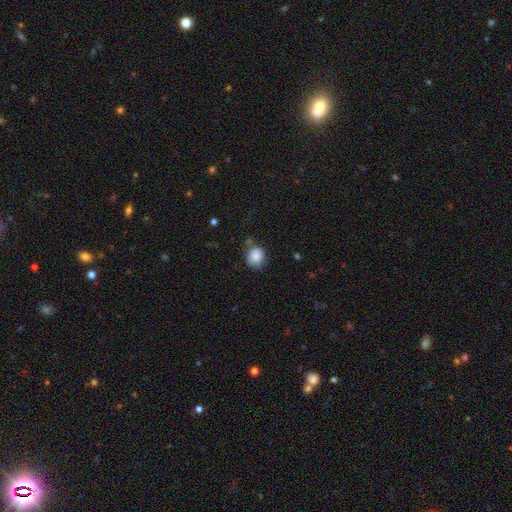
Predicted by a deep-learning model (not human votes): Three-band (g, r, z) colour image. It shows a smooth galaxy with no disk features (85%) that is round (77%). Merging: none (63%).